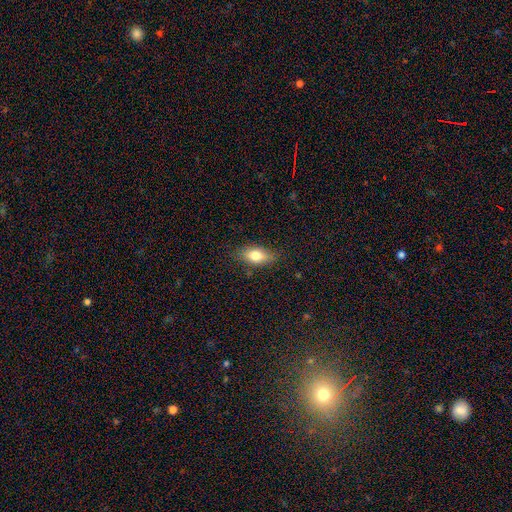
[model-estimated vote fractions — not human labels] The model was most divided on "smooth or featured": smooth: 77%, featured or disk: 15%, star or artifact: 8%. More confident: how rounded — in between (85%); merging — none (81%).